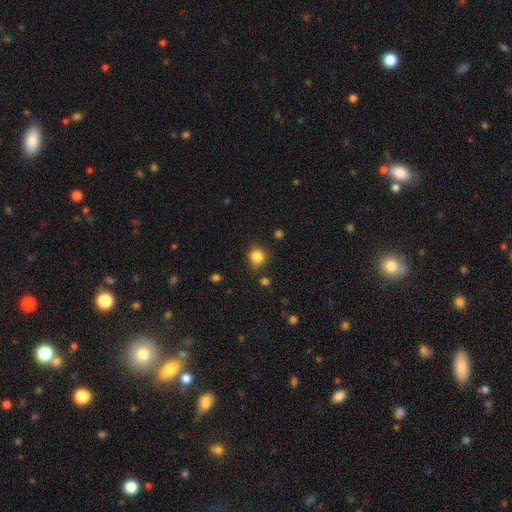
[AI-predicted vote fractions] smooth_or_featured: smooth (p=0.83) [alt: star or artifact p=0.11]
how_rounded: round (p=0.67) [alt: in between p=0.32]
merging: none (p=0.61) [alt: minor disturbance p=0.26]